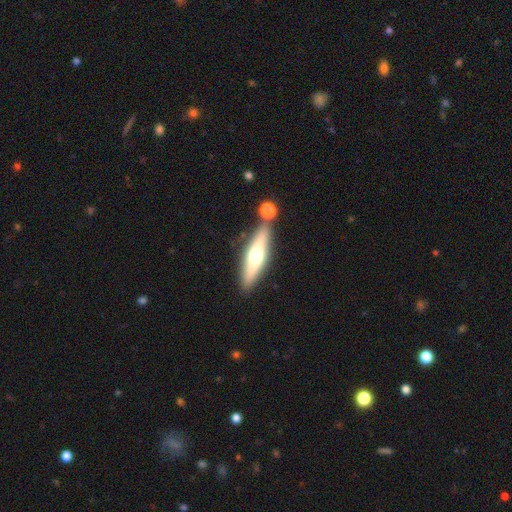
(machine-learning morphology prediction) Overall: smooth (50%; featured or disk 44%). How rounded: cigar-shaped (69%). Merging: none (73%).